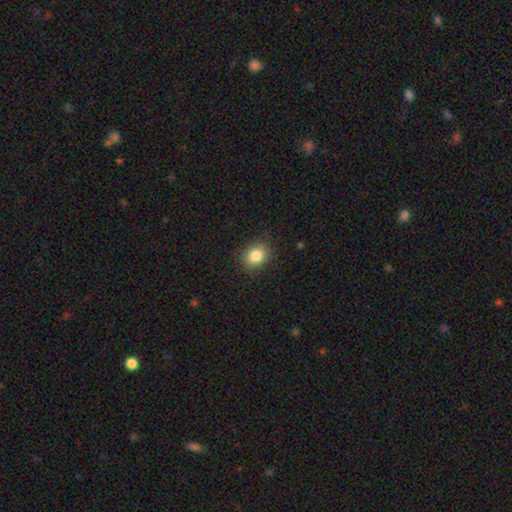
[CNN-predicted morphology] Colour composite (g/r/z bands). It shows a smooth galaxy with no disk features (84%) that is round (53%). Merging: none (84%).